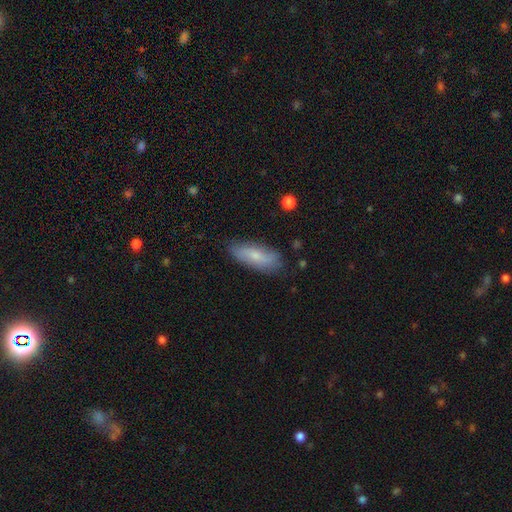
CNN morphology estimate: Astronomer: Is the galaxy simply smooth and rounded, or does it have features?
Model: smooth — 68%.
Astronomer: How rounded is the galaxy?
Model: in between — 66%.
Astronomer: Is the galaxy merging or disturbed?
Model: none — 79%.